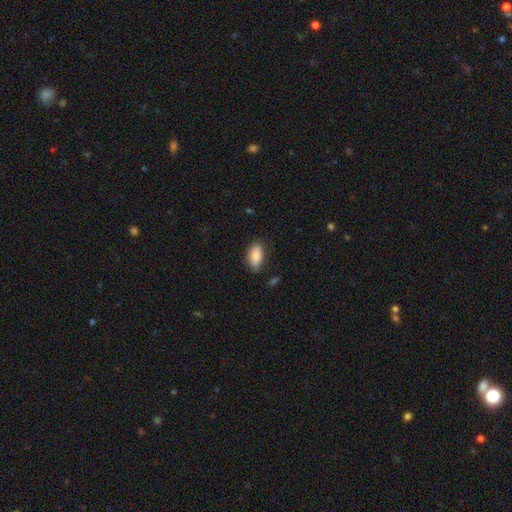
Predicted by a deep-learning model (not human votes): A smooth galaxy with no disk features (86%) that is in between round and cigar-shaped (91%). Merging: none (79%).